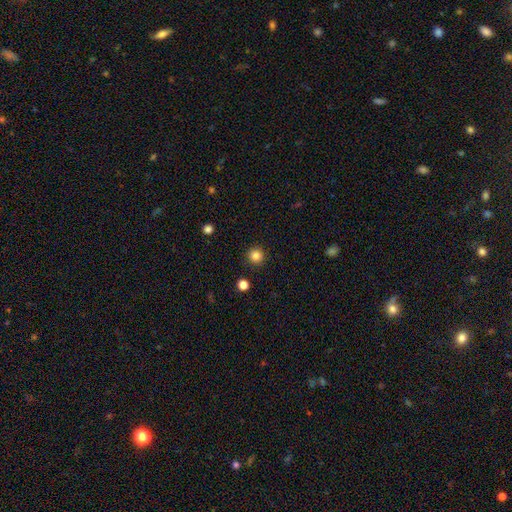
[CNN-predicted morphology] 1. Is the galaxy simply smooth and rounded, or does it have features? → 84% smooth, 12% star or artifact, 4% featured or disk.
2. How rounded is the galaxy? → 95% round, 4% in between, 1% cigar-shaped.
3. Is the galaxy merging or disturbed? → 91% none, 5% minor disturbance, 2% major disturbance, 1% merger.